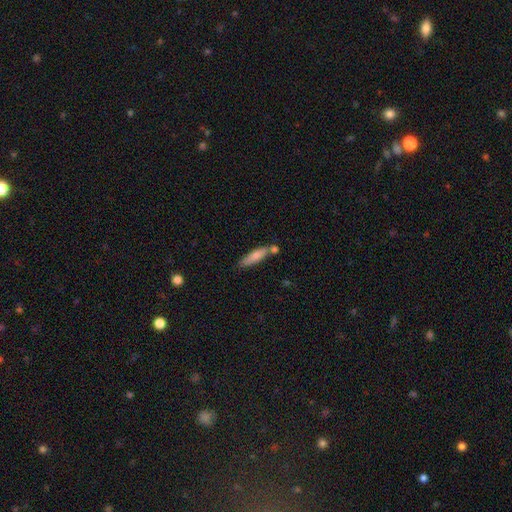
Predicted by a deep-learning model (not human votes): Smooth or featured?
  - smooth: 77% *
  - featured or disk: 17%
  - star or artifact: 6%
How rounded?
  - cigar-shaped: 73% *
  - in between: 25%
  - round: 2%
Merging?
  - none: 61% *
  - merger: 19%
  - minor disturbance: 16%
  - major disturbance: 4%